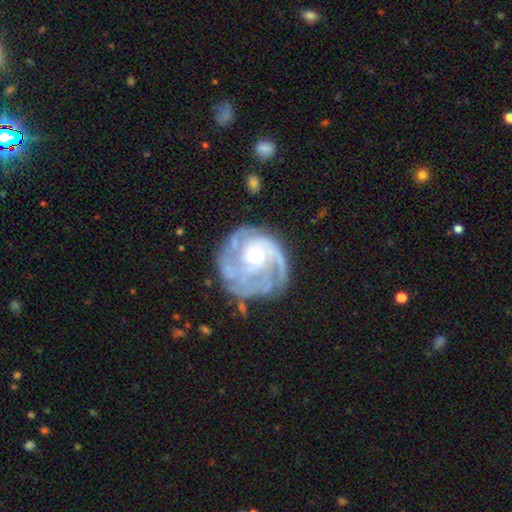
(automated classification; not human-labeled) smooth_or_featured: featured or disk (p=0.84) [alt: smooth p=0.11]
disk_edge_on: no (p=0.98) [alt: yes p=0.02]
bar: no (p=0.74) [alt: weak p=0.21]
has_spiral_arms: yes (p=0.90) [alt: no p=0.10]
spiral_winding: tight (p=0.60) [alt: medium p=0.28]
spiral_arm_count: can't tell (p=0.39) [alt: 3 p=0.18]
bulge_size: moderate (p=0.69) [alt: small p=0.15]
merging: none (p=0.63) [alt: minor disturbance p=0.20]